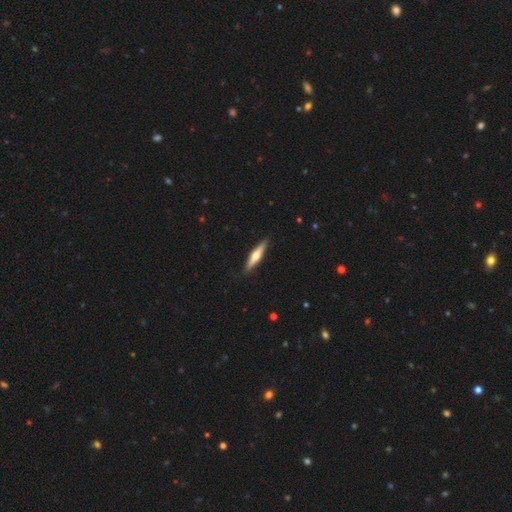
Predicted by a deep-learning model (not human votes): Overall: featured or disk (52%; smooth 43%). Edge-on disk: yes (94%). Merging: none (90%).